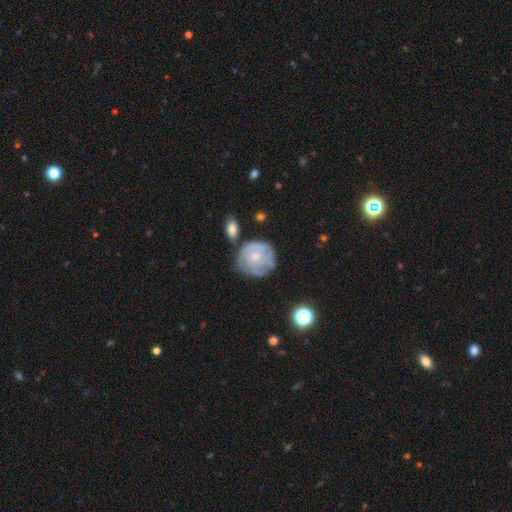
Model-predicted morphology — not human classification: A featured or disk galaxy (63%) with no bar (70%), spiral arms (77%) and a small central bulge (65%).

Vote fractions:
- Smooth or featured? featured or disk: 63% / smooth: 30% / star or artifact: 7%
- Edge-on disk? no: 98% / yes: 2%
- Bar? no: 70% / weak: 26% / strong: 4%
- Spiral arms? yes: 77% / no: 23%
- Bulge size? small: 65% / moderate: 26% / none: 6% / large: 2% / dominant: 1%
- Merging? none: 62% / minor disturbance: 22% / major disturbance: 9% / merger: 6%